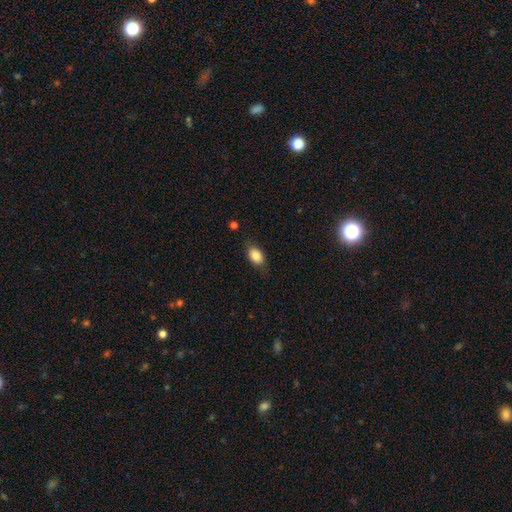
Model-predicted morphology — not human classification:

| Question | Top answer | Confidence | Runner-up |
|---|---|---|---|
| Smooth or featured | smooth | 85% | featured or disk (8%) |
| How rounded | in between | 85% | round (12%) |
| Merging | none | 75% | minor disturbance (19%) |